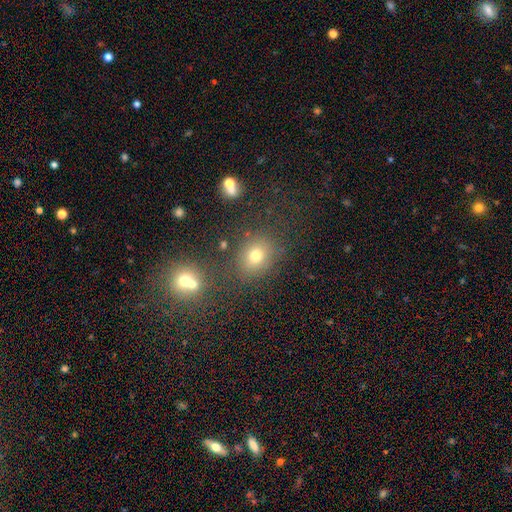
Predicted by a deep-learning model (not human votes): A smooth galaxy with no disk features (71%) that is round (58%).

Vote fractions:
- Smooth or featured? smooth: 71% / star or artifact: 19% / featured or disk: 10%
- How rounded? round: 58% / in between: 41% / cigar-shaped: 1%
- Merging? none: 76% / minor disturbance: 11% / merger: 8% / major disturbance: 5%